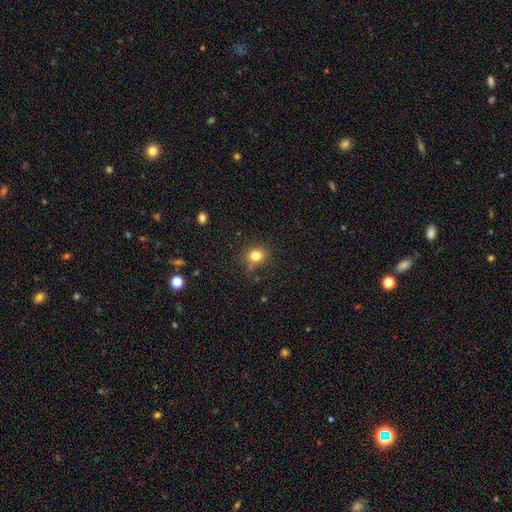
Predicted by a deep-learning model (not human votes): smooth-or-featured: smooth: 80% | star or artifact: 13% | featured or disk: 7%
  how-rounded: round: 73% | in between: 27% | cigar-shaped: 1%
  merging: none: 79% | minor disturbance: 13% | merger: 4% | major disturbance: 4%